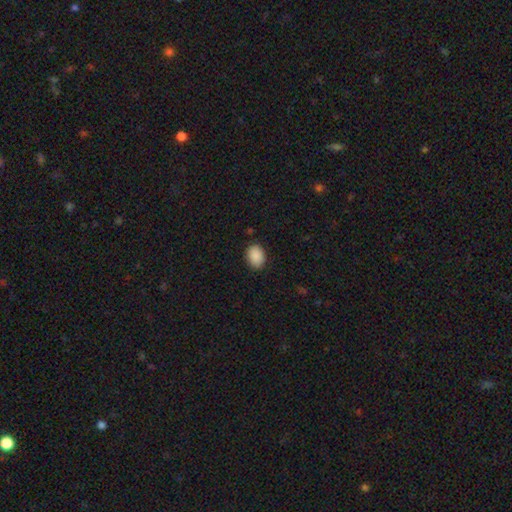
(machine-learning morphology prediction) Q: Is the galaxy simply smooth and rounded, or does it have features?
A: smooth — 90%.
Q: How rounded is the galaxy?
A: in between — 76%.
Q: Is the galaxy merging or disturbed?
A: none — 87%.